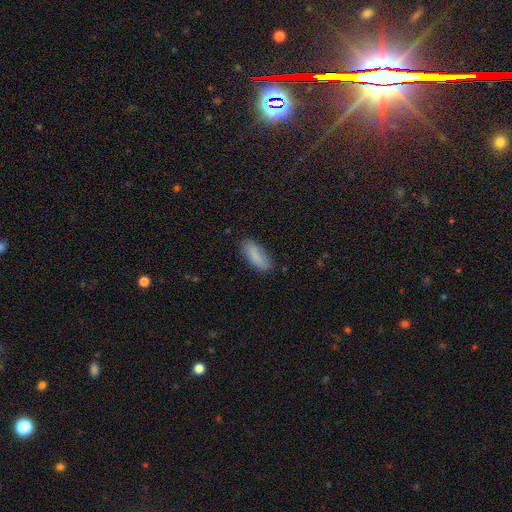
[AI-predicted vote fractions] The model was most divided on "how rounded": in between: 70%, cigar-shaped: 28%, round: 2%. More confident: smooth or featured — smooth (85%); merging — none (82%).